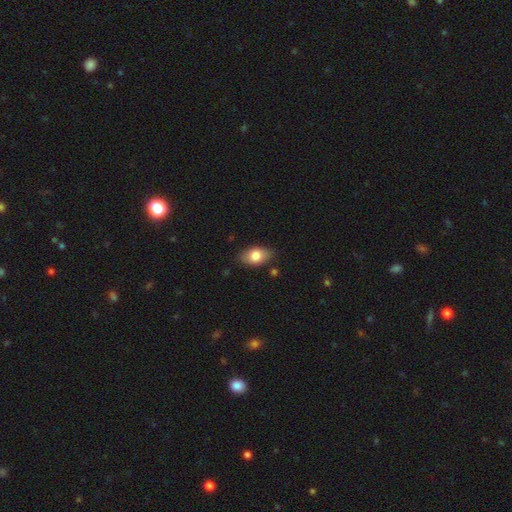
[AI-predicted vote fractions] smooth-or-featured: smooth: 79% | featured or disk: 14% | star or artifact: 7%
  how-rounded: in between: 89% | round: 8% | cigar-shaped: 3%
  merging: none: 81% | minor disturbance: 14% | major disturbance: 3% | merger: 2%